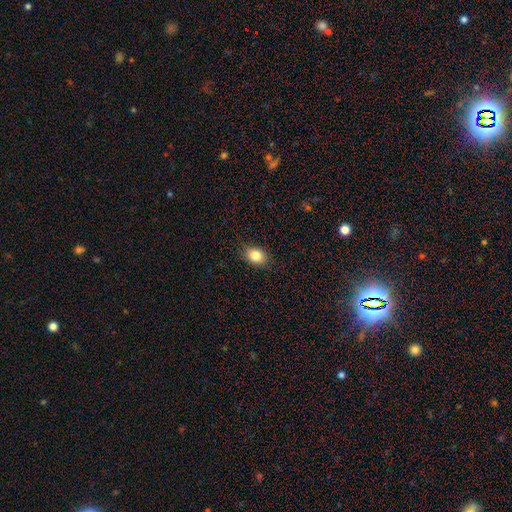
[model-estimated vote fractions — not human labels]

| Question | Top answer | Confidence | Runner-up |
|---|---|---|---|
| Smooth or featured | smooth | 84% | star or artifact (9%) |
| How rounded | in between | 66% | round (33%) |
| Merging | none | 87% | minor disturbance (10%) |